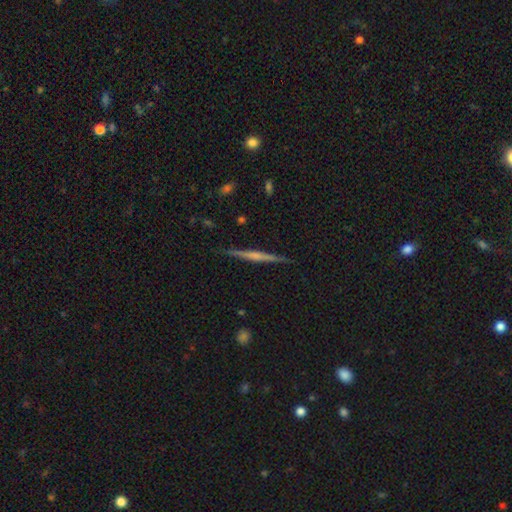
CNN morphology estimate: A featured or disk galaxy (66%) viewed edge-on (98%) with a rounded central bulge (40%). Merging: none (90%).